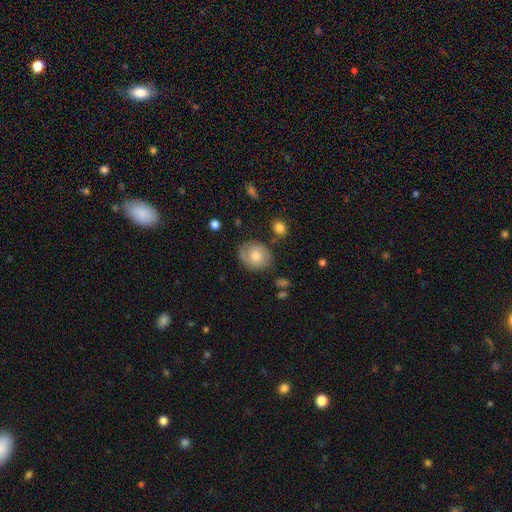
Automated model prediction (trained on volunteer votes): Smooth or featured? smooth (46%, tied with featured or disk)
Merging? none (73%)